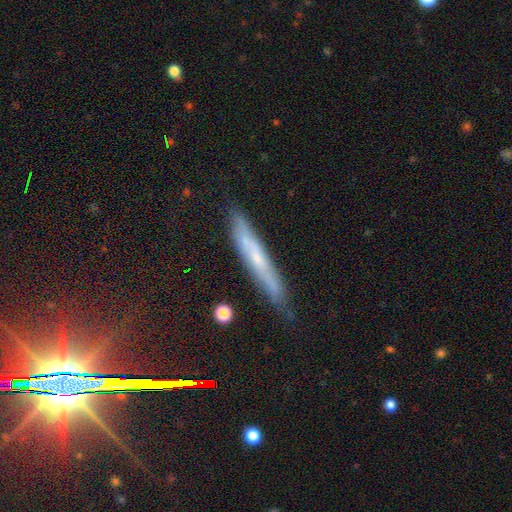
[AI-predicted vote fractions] Smooth or featured?
  - featured or disk: 51% *
  - smooth: 39%
  - star or artifact: 10%
Edge-on disk?
  - yes: 81% *
  - no: 19%
Merging?
  - none: 77% *
  - minor disturbance: 18%
  - major disturbance: 3%
  - merger: 2%